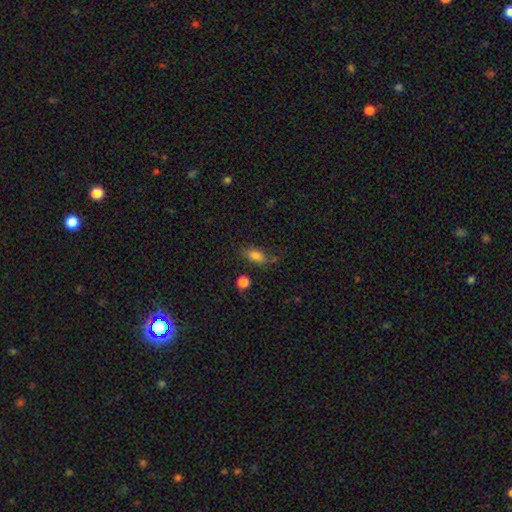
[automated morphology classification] smooth 79%, featured or disk 11%, star or artifact 10%. Down the decision tree: how rounded — in between (81%); merging — none (71%).